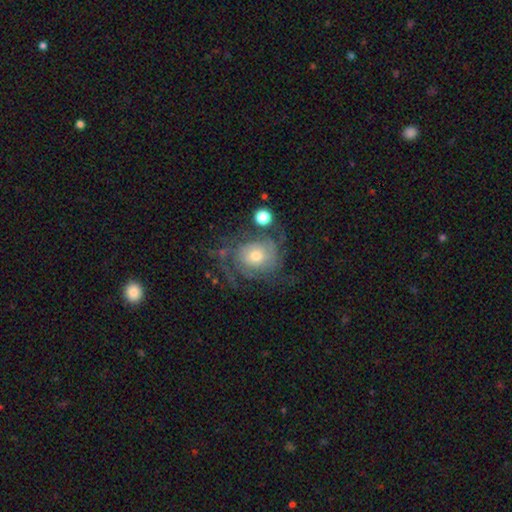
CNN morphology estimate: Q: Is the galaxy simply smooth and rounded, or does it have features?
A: featured or disk — 74%.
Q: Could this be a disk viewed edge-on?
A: no — 97%.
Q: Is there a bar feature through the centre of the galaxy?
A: no — 79%.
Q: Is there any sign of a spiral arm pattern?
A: yes — 88%.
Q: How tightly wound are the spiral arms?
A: tight — 49%.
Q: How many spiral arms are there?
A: can't tell — 37%.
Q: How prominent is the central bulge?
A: moderate — 61%.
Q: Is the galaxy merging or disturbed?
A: none — 54%.